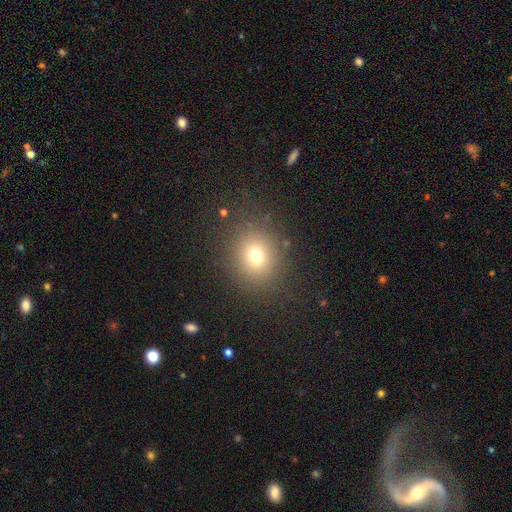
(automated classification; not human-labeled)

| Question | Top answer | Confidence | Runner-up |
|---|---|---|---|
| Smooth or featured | smooth | 71% | star or artifact (18%) |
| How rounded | round | 76% | in between (23%) |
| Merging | none | 85% | minor disturbance (8%) |